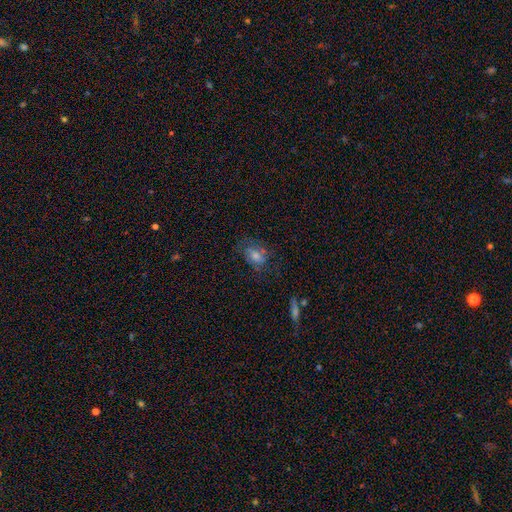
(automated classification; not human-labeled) The model was most divided on "smooth or featured": featured or disk: 45%, smooth: 37%, star or artifact: 19%. More confident: merging — none (64%).